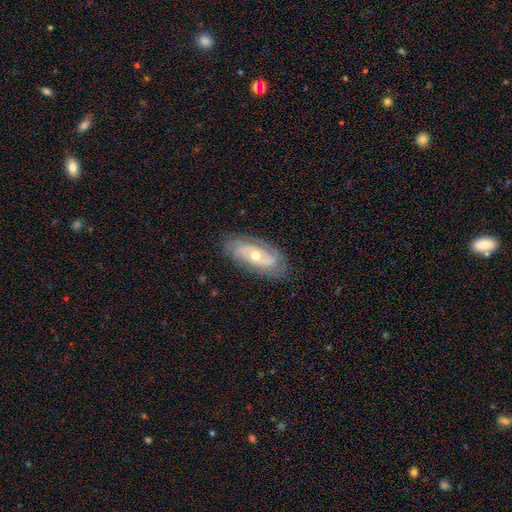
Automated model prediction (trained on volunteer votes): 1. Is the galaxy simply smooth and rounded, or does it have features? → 76% featured or disk, 18% smooth, 6% star or artifact.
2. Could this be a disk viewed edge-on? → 90% no, 10% yes.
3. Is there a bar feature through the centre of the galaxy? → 72% no, 20% weak, 7% strong.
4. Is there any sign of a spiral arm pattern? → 81% yes, 19% no.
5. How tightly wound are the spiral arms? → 60% tight, 30% medium, 11% loose.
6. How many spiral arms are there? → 49% 2, 33% can't tell, 8% 3, 5% 1, 3% 4, 2% more than 4.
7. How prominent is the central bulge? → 59% moderate, 36% small, 3% large, 1% none, 1% dominant.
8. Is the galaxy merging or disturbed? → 79% none, 15% minor disturbance, 5% major disturbance, 1% merger.